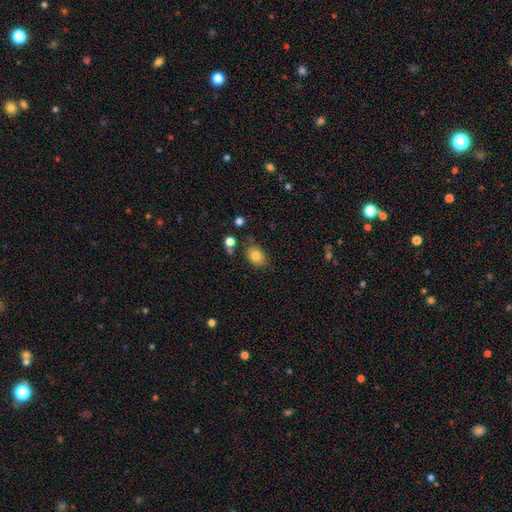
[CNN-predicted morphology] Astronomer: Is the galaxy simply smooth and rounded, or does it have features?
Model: smooth — 80%.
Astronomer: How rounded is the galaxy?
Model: in between — 62%.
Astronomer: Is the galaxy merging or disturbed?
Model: none — 72%.